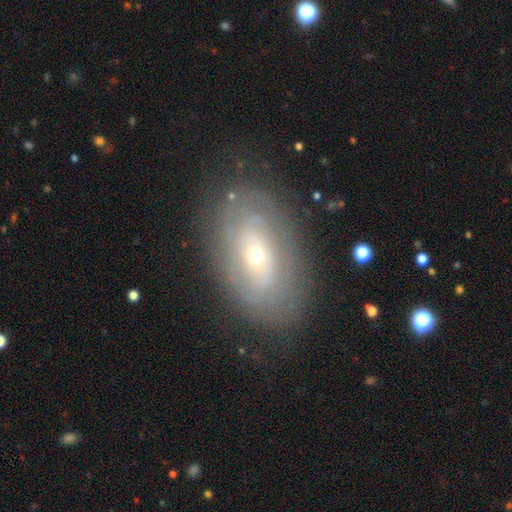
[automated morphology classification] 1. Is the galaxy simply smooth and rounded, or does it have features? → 68% featured or disk, 25% smooth, 7% star or artifact.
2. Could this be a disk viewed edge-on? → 92% no, 8% yes.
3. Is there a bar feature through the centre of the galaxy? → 76% no, 17% weak, 6% strong.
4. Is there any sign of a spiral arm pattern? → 58% yes, 42% no.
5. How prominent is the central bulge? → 61% small, 35% moderate, 2% large, 1% dominant, 1% none.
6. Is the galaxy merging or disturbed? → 78% none, 14% minor disturbance, 6% major disturbance, 1% merger.